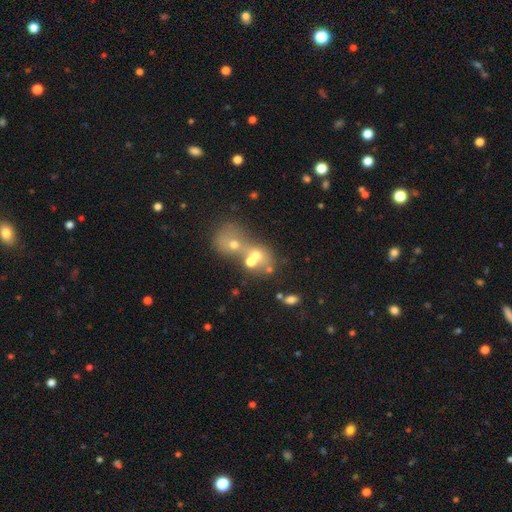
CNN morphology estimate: Smooth or featured?
  - smooth: 54% *
  - featured or disk: 28%
  - star or artifact: 18%
How rounded?
  - round: 64% *
  - in between: 34%
  - cigar-shaped: 2%
Merging?
  - merger: 67% *
  - none: 20%
  - major disturbance: 6%
  - minor disturbance: 6%